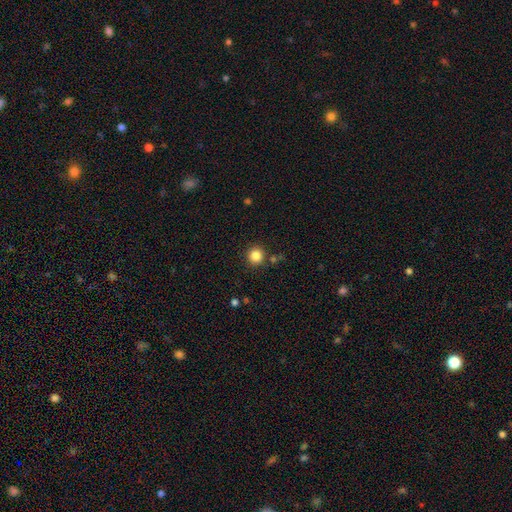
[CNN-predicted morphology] Smooth or featured: smooth — 84% (star or artifact — 11%)
How rounded: round — 93% (in between — 6%)
Merging: none — 86% (minor disturbance — 7%)